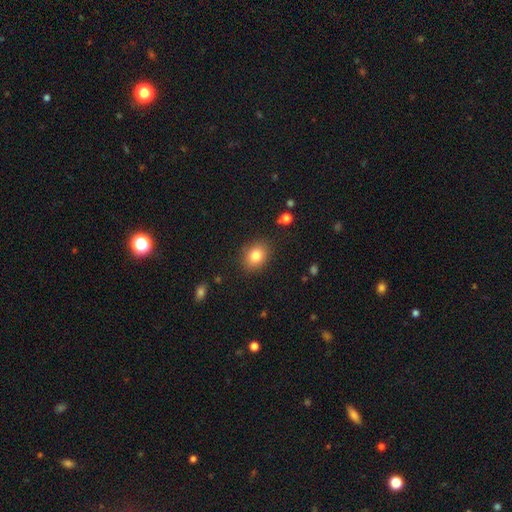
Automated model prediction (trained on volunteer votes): Q: Smooth or featured?
A: smooth (82%); runner-up: star or artifact (10%)
Q: How rounded?
A: in between (56%); runner-up: round (43%)
Q: Merging?
A: none (86%); runner-up: minor disturbance (10%)